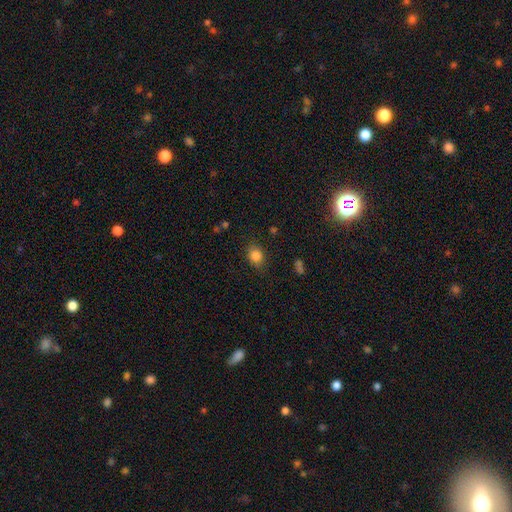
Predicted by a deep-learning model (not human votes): Overall: smooth (84%). How rounded: in between (51%; round 47%). Merging: none (80%).